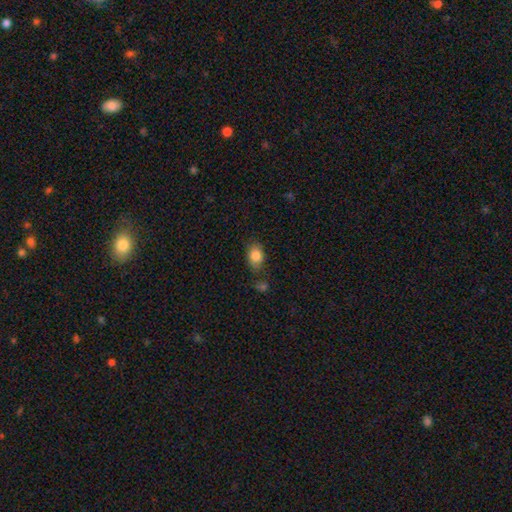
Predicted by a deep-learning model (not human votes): A smooth galaxy with no disk features (84%) that is in between round and cigar-shaped (76%). Merging: none (71%).